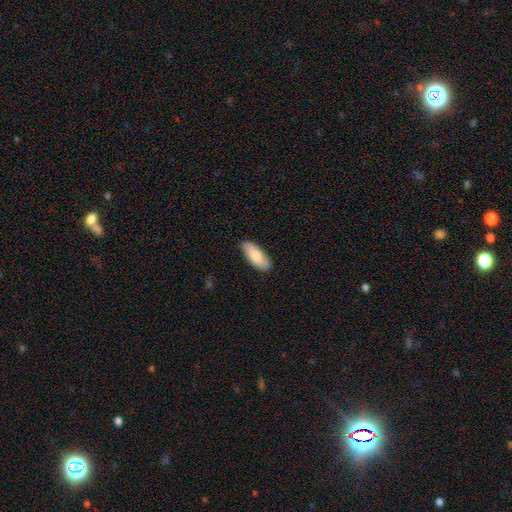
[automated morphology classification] smooth 80%, featured or disk 15%, star or artifact 5%. Down the decision tree: how rounded — in between (82%); merging — none (85%).